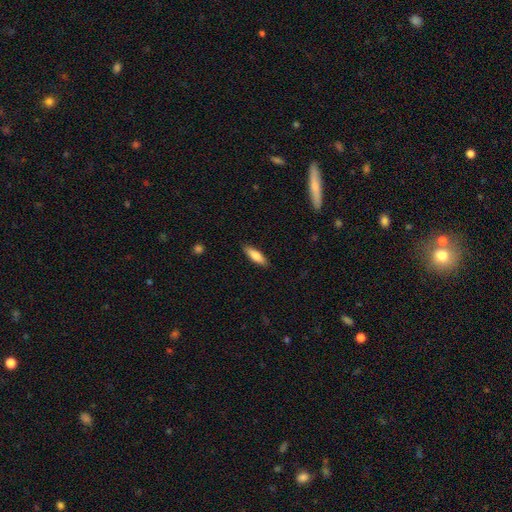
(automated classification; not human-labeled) A smooth galaxy with no disk features (79%) that is cigar-shaped (54%). Merging: none (88%).